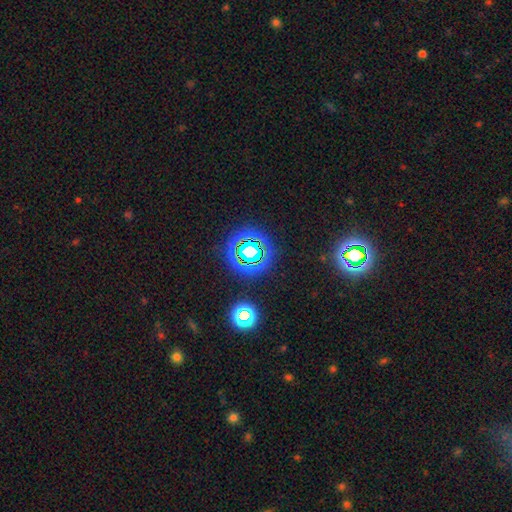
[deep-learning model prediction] smooth_or_featured: star or artifact (p=0.78) [alt: smooth p=0.15]